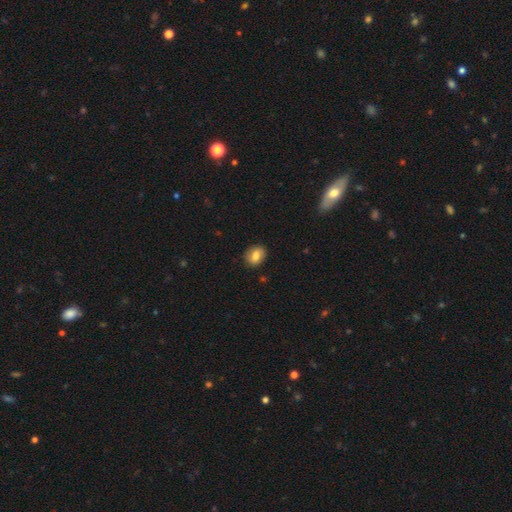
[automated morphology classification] type=smooth (77%); roundness=in between (55%); merging=none (85%).